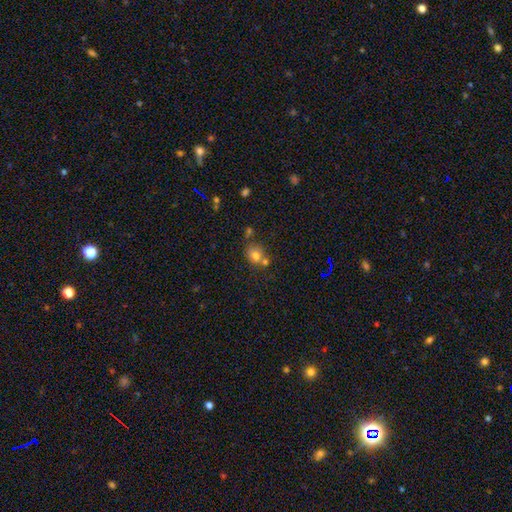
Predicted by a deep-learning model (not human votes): smooth 75%, star or artifact 13%, featured or disk 11%. Down the decision tree: how rounded — round (71%); merging — none (54%).